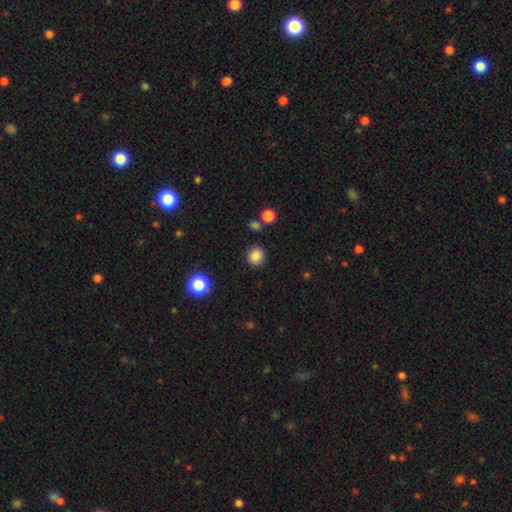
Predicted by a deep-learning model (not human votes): Smooth or featured? smooth (85%)
How rounded? round (85%)
Merging? none (88%)